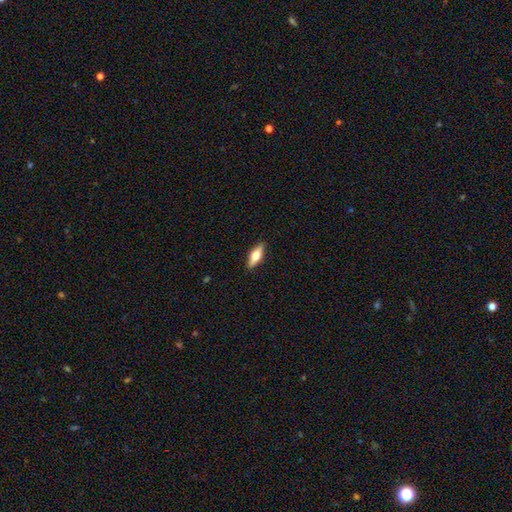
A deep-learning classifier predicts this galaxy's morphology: smooth 49%, featured or disk 45%, star or artifact 6%. Down the decision tree: merging — none (89%).